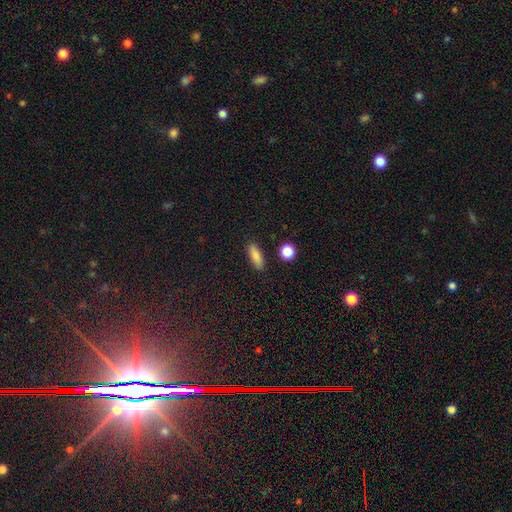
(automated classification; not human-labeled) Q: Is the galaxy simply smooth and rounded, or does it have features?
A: smooth — 86%.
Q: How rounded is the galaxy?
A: in between — 59%.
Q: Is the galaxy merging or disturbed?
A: none — 89%.